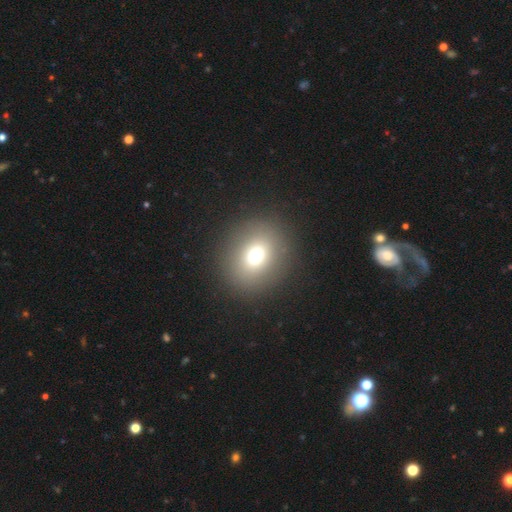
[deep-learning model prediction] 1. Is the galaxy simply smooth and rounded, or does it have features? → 71% smooth, 16% star or artifact, 13% featured or disk.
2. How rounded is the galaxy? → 75% round, 24% in between, 1% cigar-shaped.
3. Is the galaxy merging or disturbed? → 89% none, 6% minor disturbance, 4% major disturbance, 1% merger.